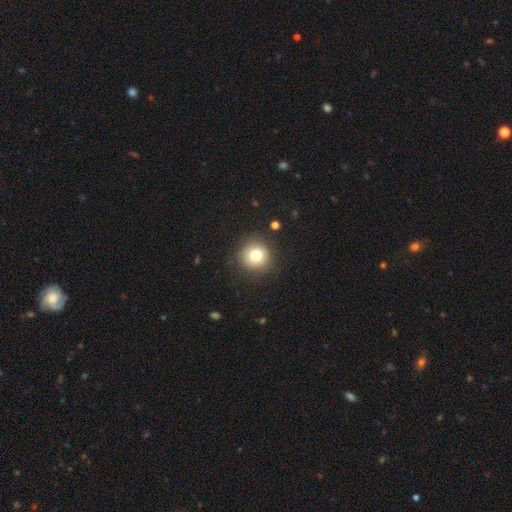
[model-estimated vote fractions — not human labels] A smooth galaxy with no disk features (79%) that is round (93%). Merging: none (88%).